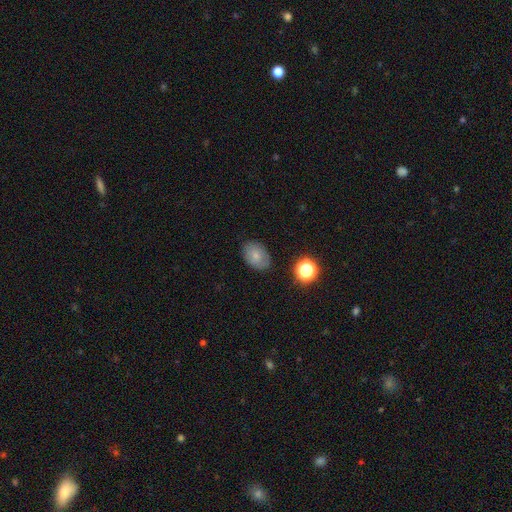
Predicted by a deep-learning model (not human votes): smooth_or_featured: smooth (p=0.77) [alt: featured or disk p=0.13]
how_rounded: in between (p=0.78) [alt: round p=0.21]
merging: none (p=0.82) [alt: minor disturbance p=0.13]